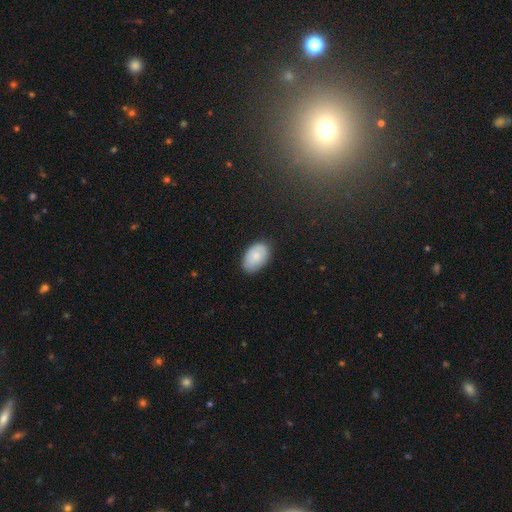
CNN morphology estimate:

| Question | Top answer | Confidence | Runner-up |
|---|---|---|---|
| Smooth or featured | smooth | 81% | featured or disk (12%) |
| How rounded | in between | 91% | round (8%) |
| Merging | none | 80% | minor disturbance (16%) |